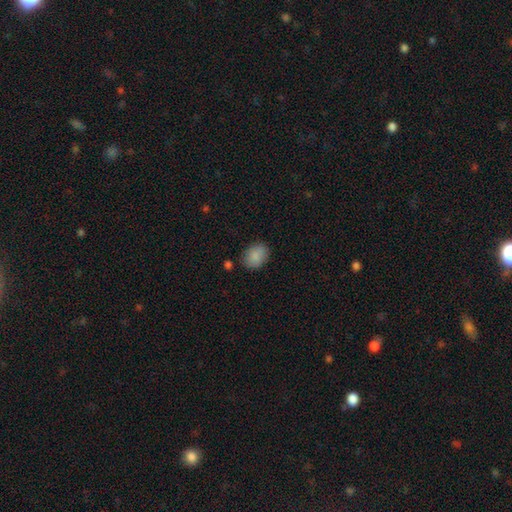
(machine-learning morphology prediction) Q: Smooth or featured?
A: smooth (88%); runner-up: star or artifact (7%)
Q: How rounded?
A: in between (67%); runner-up: round (32%)
Q: Merging?
A: none (80%); runner-up: minor disturbance (14%)